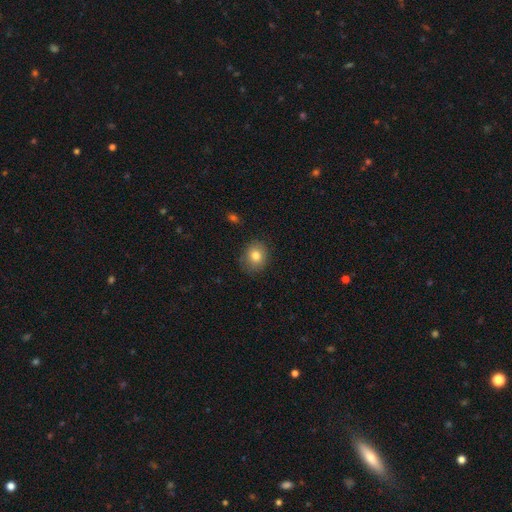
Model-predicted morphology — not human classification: This appears to be a smooth galaxy with no disk features (80%) that is round (72%). Merging: none (84%).